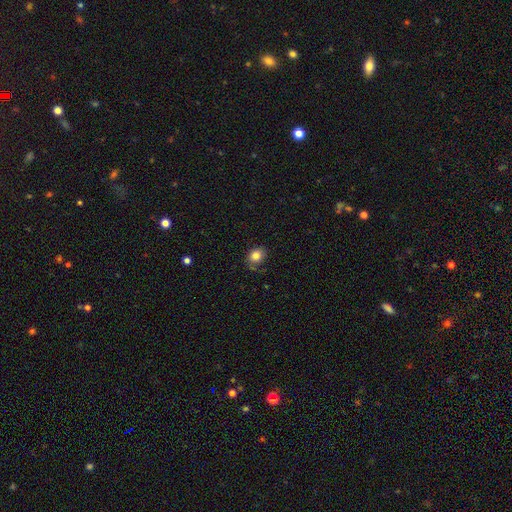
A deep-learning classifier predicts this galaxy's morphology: The model was most divided on "how rounded": round: 53%, in between: 46%, cigar-shaped: 1%. More confident: smooth or featured — smooth (80%); merging — none (67%).